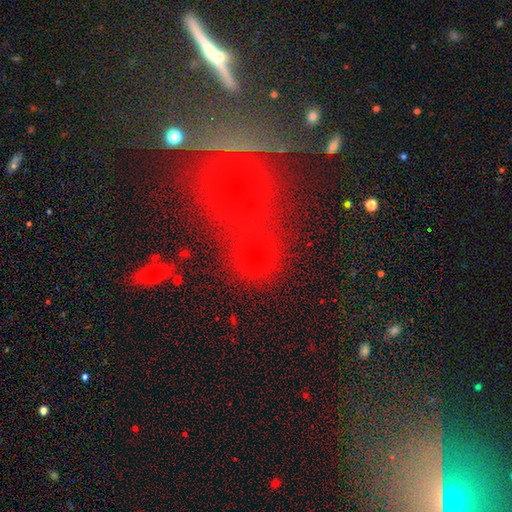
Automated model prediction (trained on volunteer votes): Morphology: type=smooth (67%); roundness=round (88%); merging=none (75%).